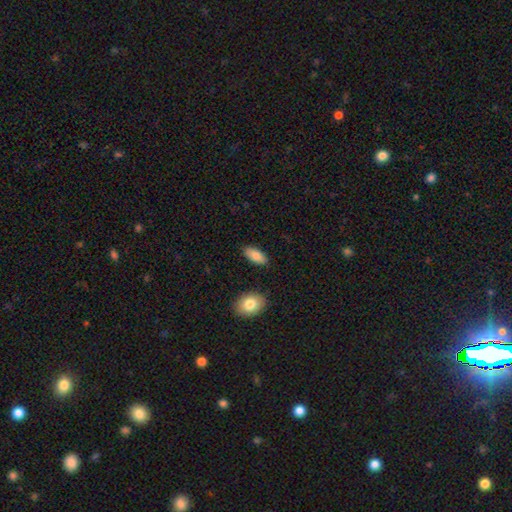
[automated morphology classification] smooth 84%, featured or disk 9%, star or artifact 6%. Down the decision tree: how rounded — in between (88%); merging — none (86%).